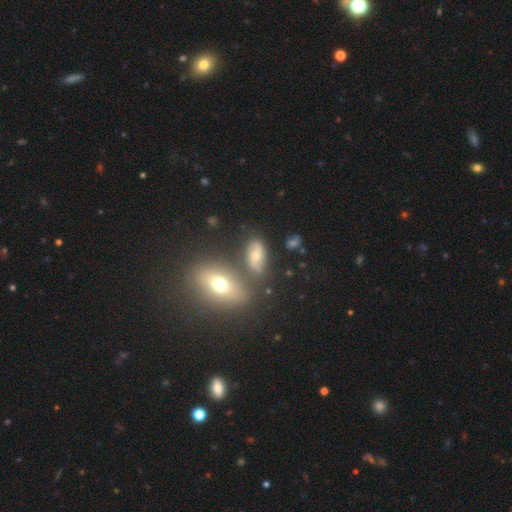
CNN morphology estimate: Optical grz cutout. It shows a smooth galaxy with no disk features (52%) that is in between round and cigar-shaped (81%). Merging: none (68%).